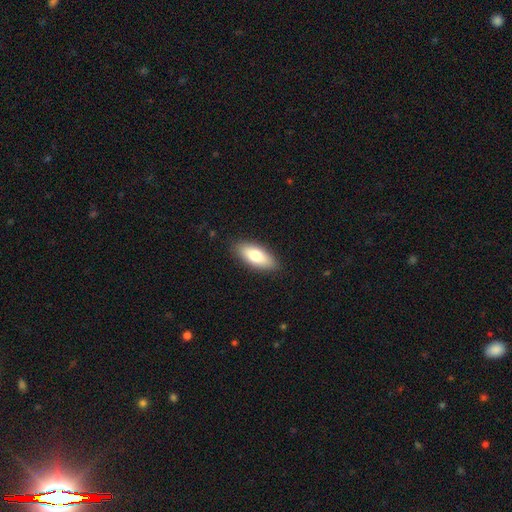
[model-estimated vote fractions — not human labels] Overall: smooth (73%). How rounded: in between (77%). Merging: none (88%).